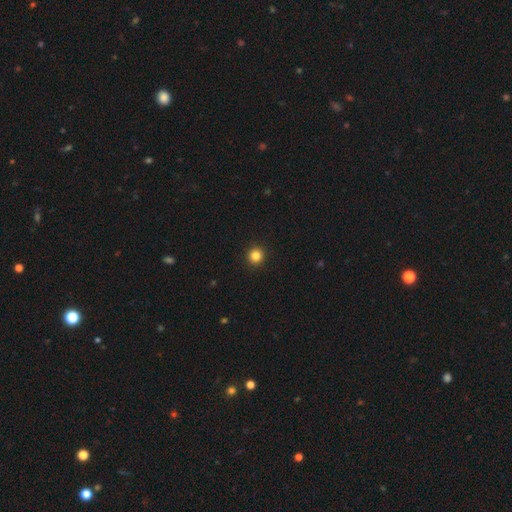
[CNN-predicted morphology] smooth 84%, star or artifact 12%, featured or disk 4%. Down the decision tree: how rounded — round (96%); merging — none (94%).